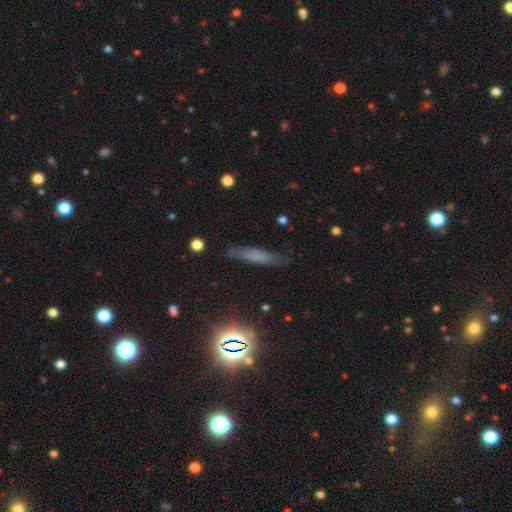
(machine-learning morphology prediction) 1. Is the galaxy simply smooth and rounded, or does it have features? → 55% smooth, 28% featured or disk, 17% star or artifact.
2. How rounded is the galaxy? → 80% cigar-shaped, 17% in between, 3% round.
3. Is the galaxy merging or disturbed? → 76% none, 17% minor disturbance, 5% major disturbance, 2% merger.